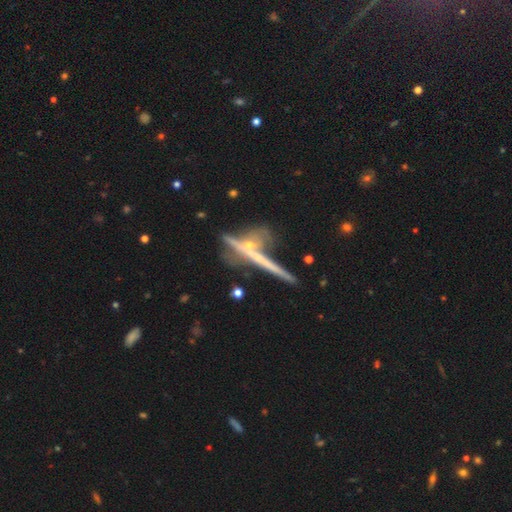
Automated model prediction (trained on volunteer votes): Smooth or featured? Predicted: featured or disk (p=0.67). Edge-on disk? Predicted: yes (p=0.87). Edge-on bulge? Predicted: none (p=0.51). Merging? Predicted: none (p=0.48).